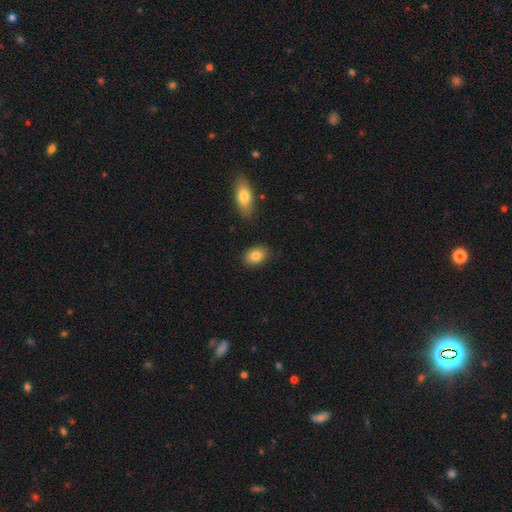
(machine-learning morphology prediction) Smooth or featured: smooth — 84% (star or artifact — 8%)
How rounded: in between — 80% (round — 18%)
Merging: none — 84% (minor disturbance — 11%)